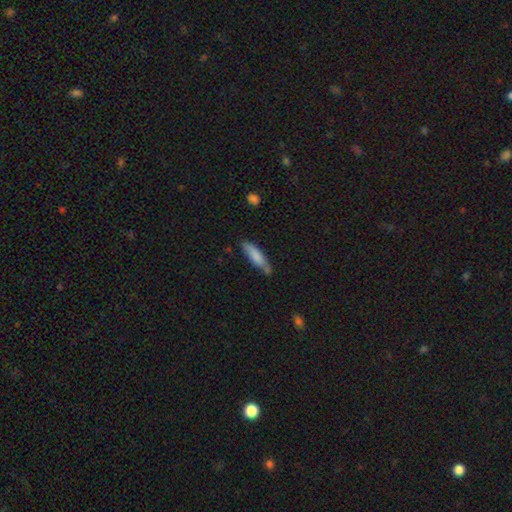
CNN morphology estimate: Q: Smooth or featured?
A: smooth (77%); runner-up: featured or disk (17%)
Q: How rounded?
A: cigar-shaped (69%); runner-up: in between (29%)
Q: Merging?
A: none (68%); runner-up: minor disturbance (24%)